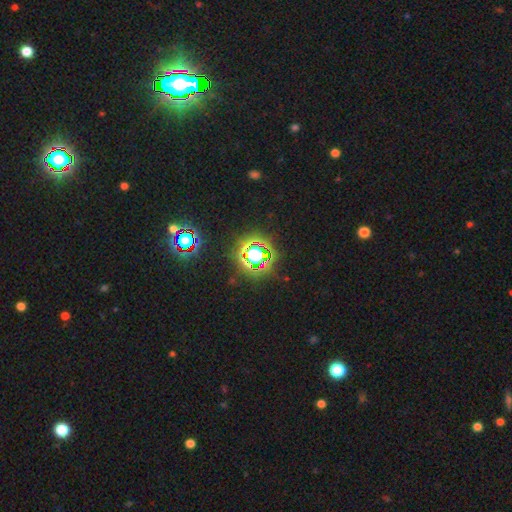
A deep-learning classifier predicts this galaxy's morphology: smooth_or_featured: star or artifact (p=0.68) [alt: smooth p=0.21]